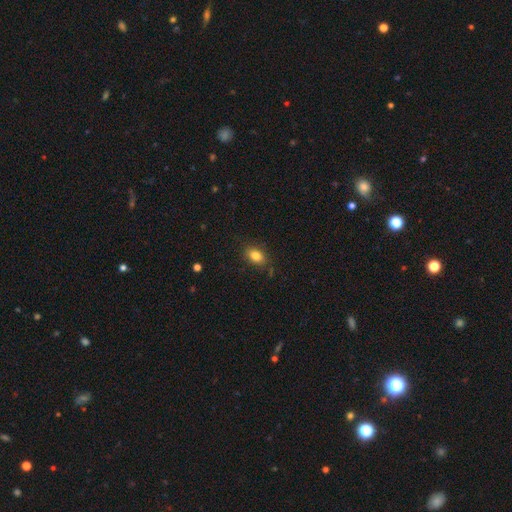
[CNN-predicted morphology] Overall: smooth (83%). How rounded: in between (81%). Merging: none (82%).